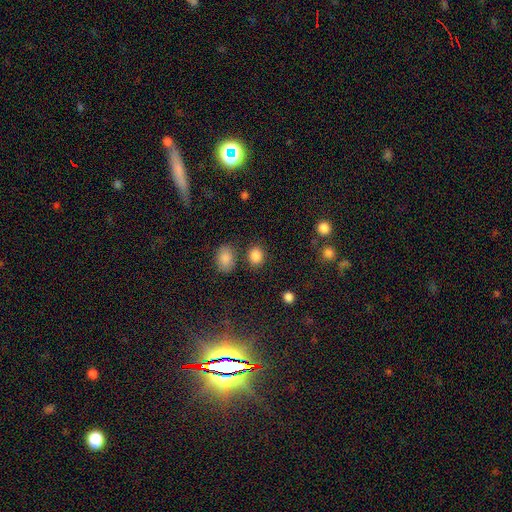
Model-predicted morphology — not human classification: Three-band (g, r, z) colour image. It shows a smooth galaxy with no disk features (86%) that is round (57%). Merging: none (79%).